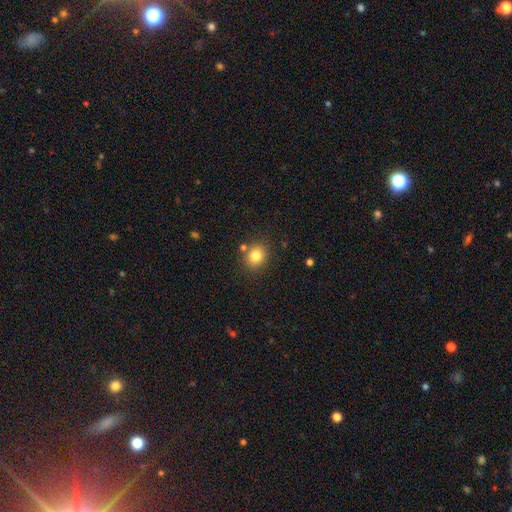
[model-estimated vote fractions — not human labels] Q: Smooth or featured?
A: smooth (81%); runner-up: star or artifact (11%)
Q: How rounded?
A: round (69%); runner-up: in between (30%)
Q: Merging?
A: none (81%); runner-up: minor disturbance (10%)